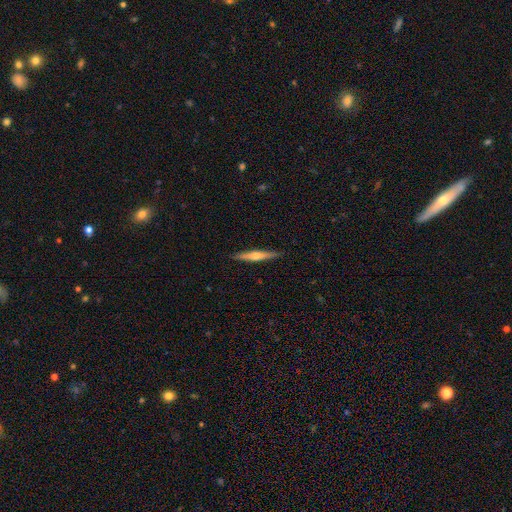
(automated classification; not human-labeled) Smooth or featured?
  - featured or disk: 61% *
  - smooth: 33%
  - star or artifact: 6%
Edge-on disk?
  - yes: 98% *
  - no: 2%
Edge-on bulge?
  - rounded: 84% *
  - none: 10%
  - boxy: 5%
Merging?
  - none: 91% *
  - minor disturbance: 7%
  - major disturbance: 1%
  - merger: 1%